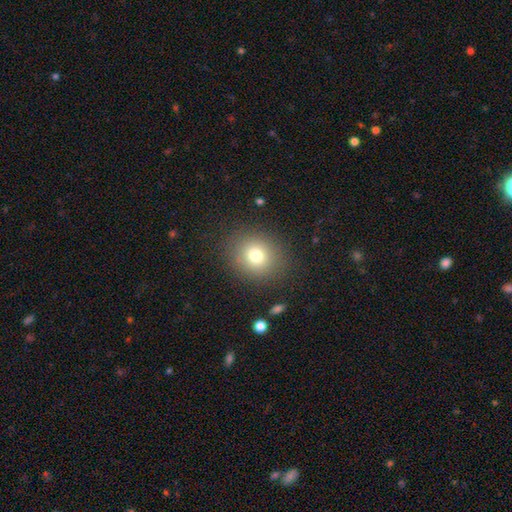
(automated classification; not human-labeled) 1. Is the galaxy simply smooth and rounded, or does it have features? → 76% smooth, 13% star or artifact, 10% featured or disk.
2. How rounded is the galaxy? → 74% round, 25% in between, 1% cigar-shaped.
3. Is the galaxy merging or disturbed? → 86% none, 8% minor disturbance, 4% major disturbance, 2% merger.